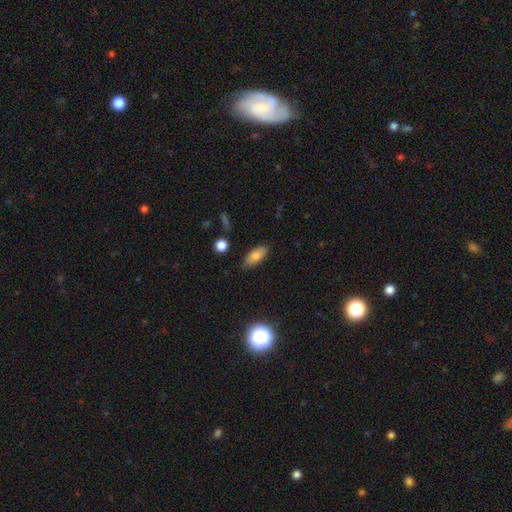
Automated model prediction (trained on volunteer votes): Smooth or featured? smooth (76%)
How rounded? in between (85%)
Merging? none (80%)